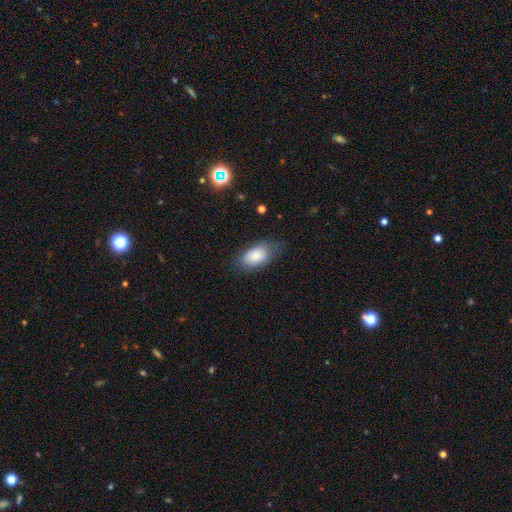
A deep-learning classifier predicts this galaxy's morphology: smooth 81%, featured or disk 11%, star or artifact 7%. Down the decision tree: how rounded — in between (91%); merging — none (60%).